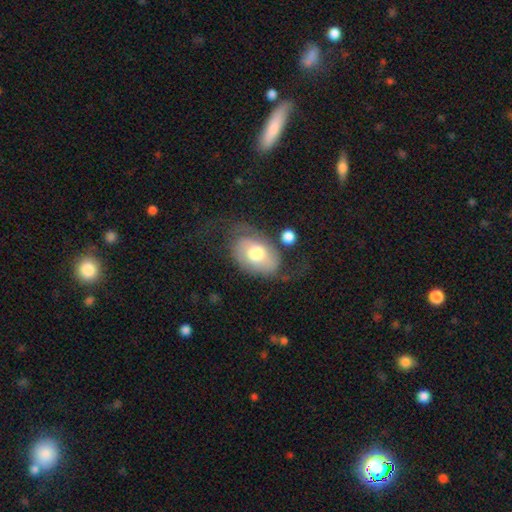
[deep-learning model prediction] Smooth or featured?
  - featured or disk: 62% *
  - smooth: 29%
  - star or artifact: 9%
Edge-on disk?
  - no: 94% *
  - yes: 6%
Bar?
  - no: 71% *
  - weak: 22%
  - strong: 7%
Spiral arms?
  - yes: 79% *
  - no: 21%
Bulge size?
  - moderate: 65% *
  - large: 22%
  - small: 9%
  - dominant: 3%
  - none: 1%
Merging?
  - none: 59% *
  - minor disturbance: 19%
  - major disturbance: 18%
  - merger: 3%